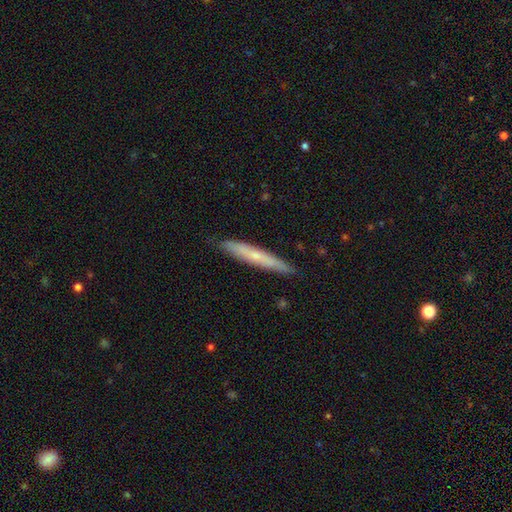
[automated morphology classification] Smooth or featured: smooth — 49% (featured or disk — 45%)
Merging: none — 86% (minor disturbance — 11%)